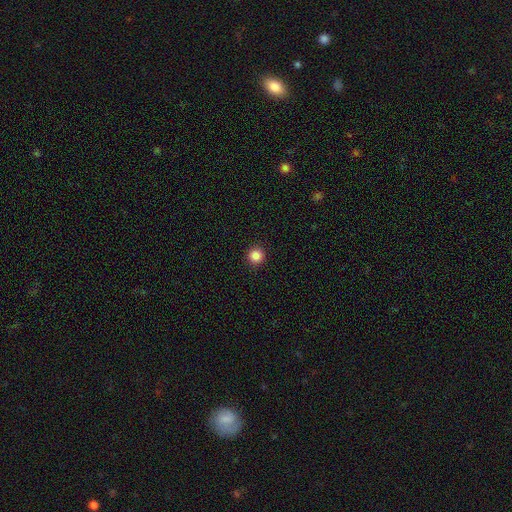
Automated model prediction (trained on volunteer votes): Overall: smooth (85%). How rounded: round (95%). Merging: none (93%).